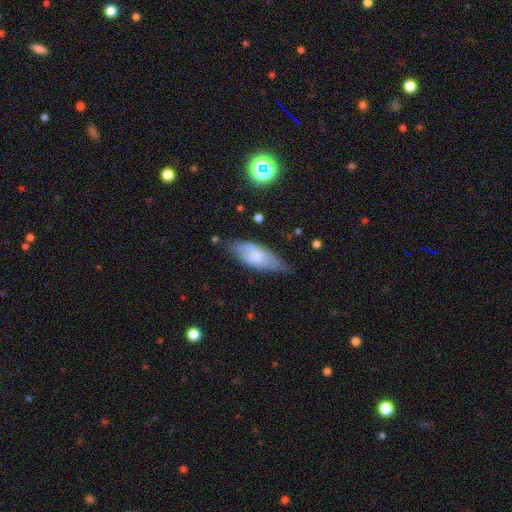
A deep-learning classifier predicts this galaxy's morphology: This appears to be a smooth galaxy with no disk features (61%) that is in between round and cigar-shaped (77%). Merging: none (56%).